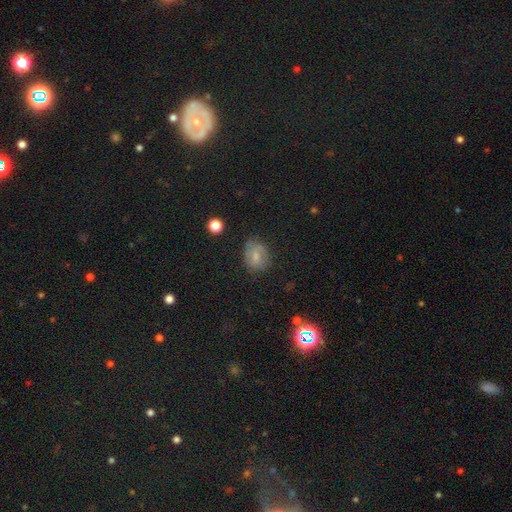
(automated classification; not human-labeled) Q: Smooth or featured?
A: smooth (60%); runner-up: featured or disk (28%)
Q: How rounded?
A: in between (53%); runner-up: round (46%)
Q: Merging?
A: none (67%); runner-up: minor disturbance (23%)